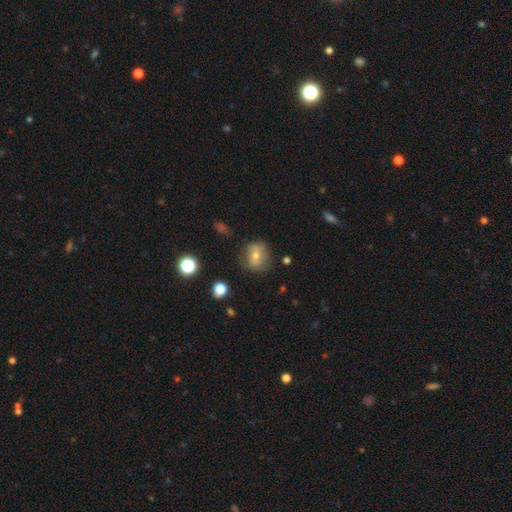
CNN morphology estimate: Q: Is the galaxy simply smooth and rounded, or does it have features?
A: smooth — 56%.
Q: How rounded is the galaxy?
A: round — 65%.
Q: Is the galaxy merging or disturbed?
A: none — 69%.